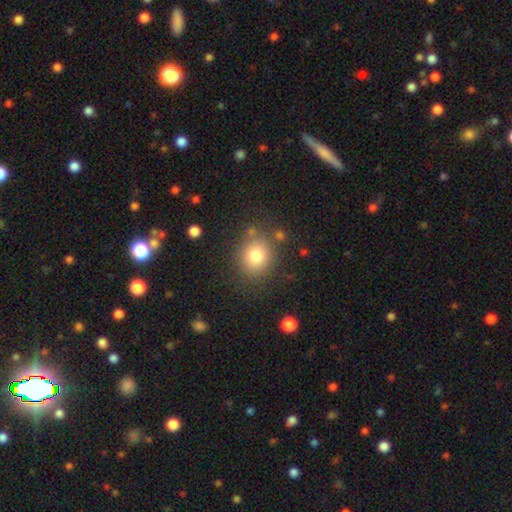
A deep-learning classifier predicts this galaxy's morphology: The model was most divided on "how rounded": round: 80%, in between: 19%, cigar-shaped: 1%. More confident: merging — none (81%); smooth or featured — smooth (79%).